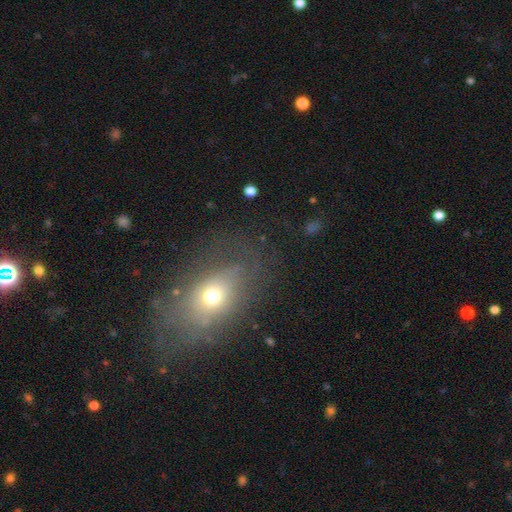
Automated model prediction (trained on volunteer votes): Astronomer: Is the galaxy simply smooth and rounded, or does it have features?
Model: smooth — 52% (runner-up: featured or disk, 29%).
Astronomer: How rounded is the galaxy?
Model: in between — 74%.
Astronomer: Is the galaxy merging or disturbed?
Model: none — 74%.